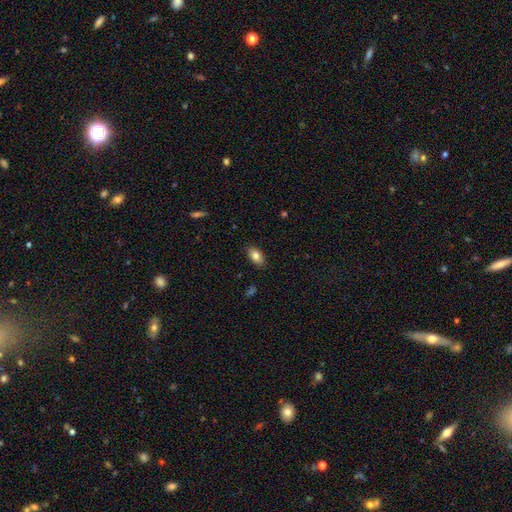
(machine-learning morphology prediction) smooth-or-featured: smooth: 83% | featured or disk: 9% | star or artifact: 8%
  how-rounded: in between: 91% | round: 6% | cigar-shaped: 3%
  merging: none: 87% | minor disturbance: 10% | major disturbance: 2% | merger: 1%